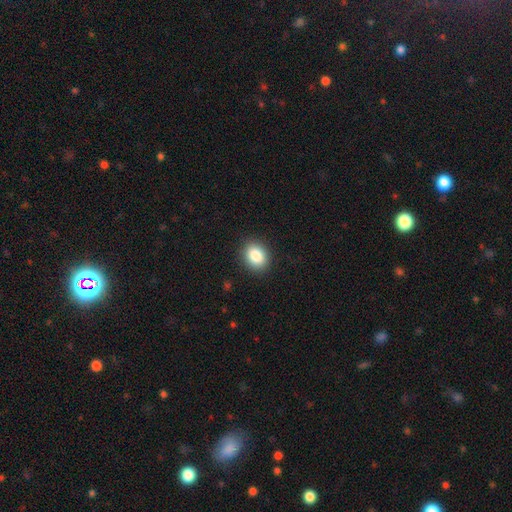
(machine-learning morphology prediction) smooth-or-featured: smooth: 86% | star or artifact: 9% | featured or disk: 6%
  how-rounded: in between: 51% | round: 48% | cigar-shaped: 1%
  merging: none: 89% | minor disturbance: 8% | major disturbance: 2% | merger: 1%